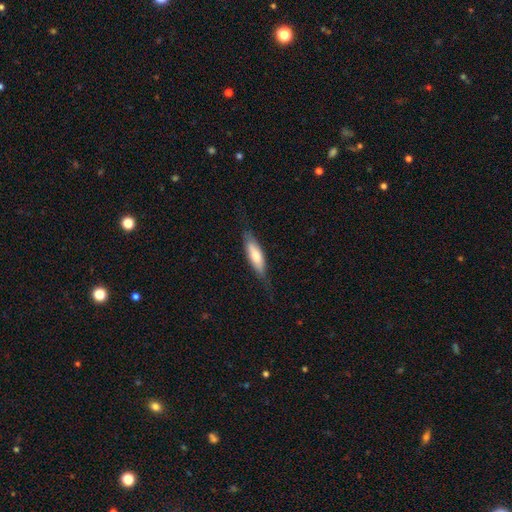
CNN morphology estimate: Overall: smooth (67%). How rounded: cigar-shaped (57%; in between 41%). Merging: none (71%).